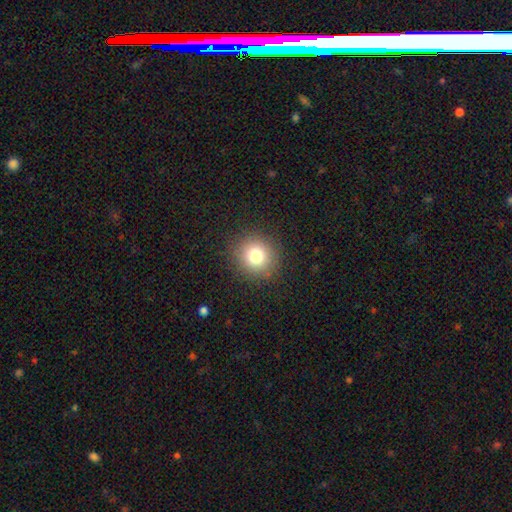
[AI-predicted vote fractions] Smooth or featured: smooth — 78% (star or artifact — 13%)
How rounded: round — 90% (in between — 9%)
Merging: none — 89% (minor disturbance — 7%)